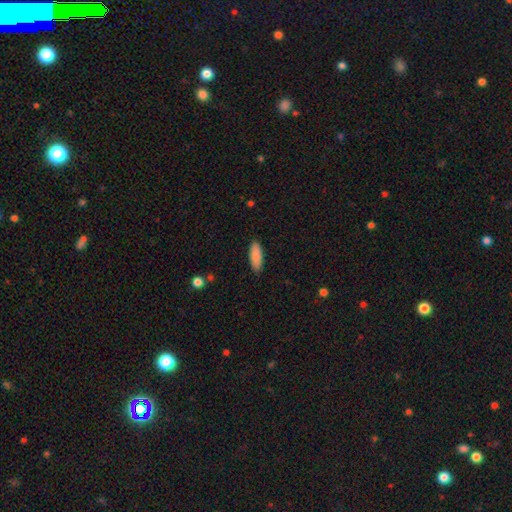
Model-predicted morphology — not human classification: Overall: smooth (88%). How rounded: in between (69%). Merging: none (88%).